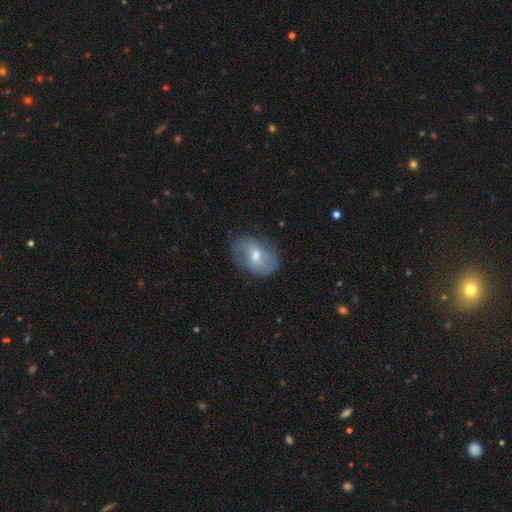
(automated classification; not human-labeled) Overall: featured or disk (60%; smooth 33%). Edge-on disk: no (95%). Bar: weak (48%; no 39%). Spiral arms: yes (77%). Bulge size: moderate (63%; small 31%). Merging: none (71%).